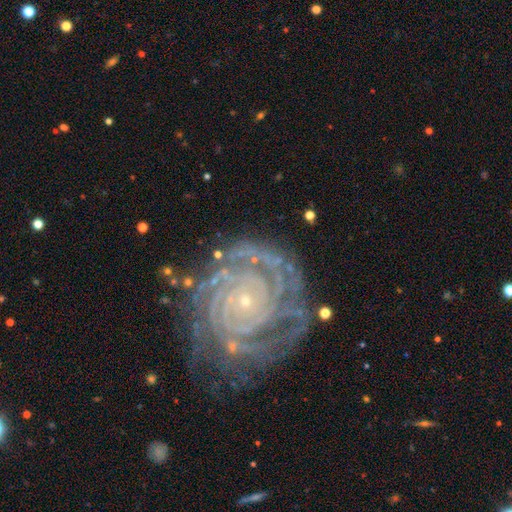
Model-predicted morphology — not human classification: smooth_or_featured: featured or disk (p=0.90) [alt: star or artifact p=0.06]
disk_edge_on: no (p=0.98) [alt: yes p=0.02]
bar: no (p=0.77) [alt: weak p=0.14]
has_spiral_arms: yes (p=0.98) [alt: no p=0.02]
spiral_winding: tight (p=0.84) [alt: medium p=0.13]
spiral_arm_count: 4 (p=0.23) [alt: 3 p=0.20]
bulge_size: small (p=0.87) [alt: moderate p=0.09]
merging: none (p=0.69) [alt: minor disturbance p=0.18]